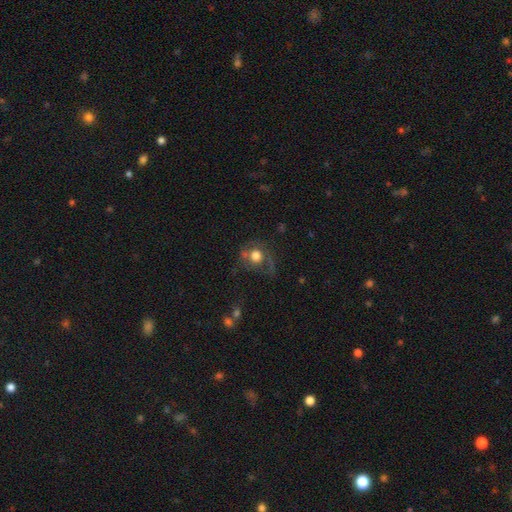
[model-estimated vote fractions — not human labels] This is likely a smooth galaxy (62%). How rounded: clearly round (84%). Merging: possibly none (51%).